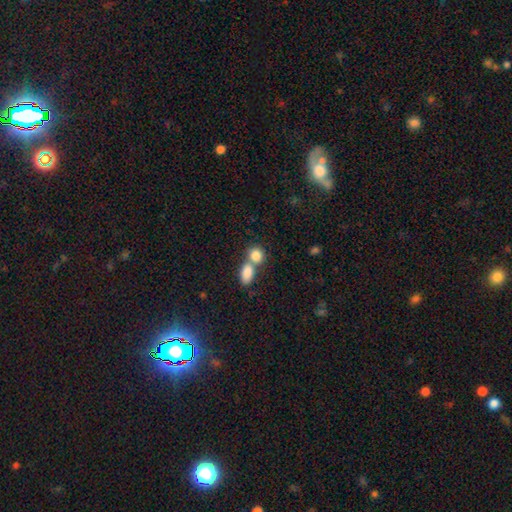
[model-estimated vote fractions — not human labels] A smooth galaxy with no disk features (84%) that is round (51%).

Vote fractions:
- Smooth or featured? smooth: 84% / star or artifact: 8% / featured or disk: 8%
- How rounded? round: 51% / in between: 47% / cigar-shaped: 2%
- Merging? merger: 54% / none: 36% / minor disturbance: 7% / major disturbance: 3%